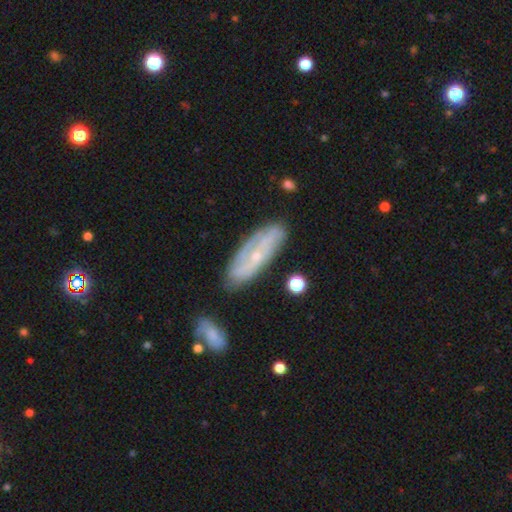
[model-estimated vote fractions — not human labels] This is likely a featured or disk galaxy (66%). It is clearly not viewed edge-on (81%). Bar: possibly no (59%). Spiral arm pattern: likely yes (76%). Central bulge: likely small (75%). Merging: likely none (75%).